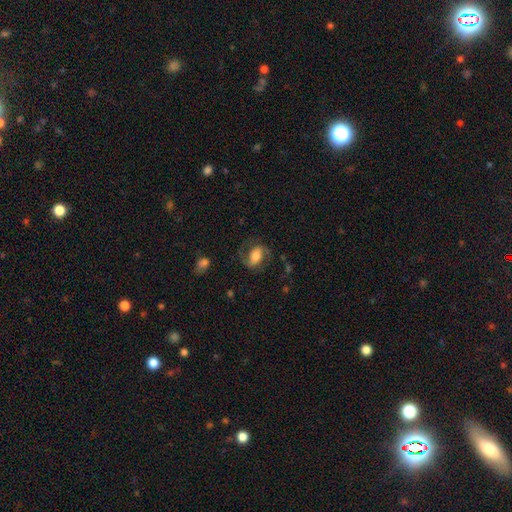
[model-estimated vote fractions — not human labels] A featured or disk galaxy (61%) with a weak bar (36%), 2 (86%) medium (50%) spiral arms (88%) and a moderate central bulge (47%).

Vote fractions:
- Smooth or featured? featured or disk: 61% / smooth: 32% / star or artifact: 7%
- Edge-on disk? no: 96% / yes: 4%
- Bar? weak: 36% / no: 34% / strong: 30%
- Spiral arms? yes: 88% / no: 12%
- Spiral winding? medium: 50% / loose: 31% / tight: 18%
- Spiral arm count? 2: 86% / 1: 6% / can't tell: 5% / 3: 1% / 4: 1% / more than 4: 1%
- Bulge size? moderate: 47% / large: 30% / small: 15% / dominant: 5% / none: 3%
- Merging? none: 64% / minor disturbance: 18% / major disturbance: 16% / merger: 2%